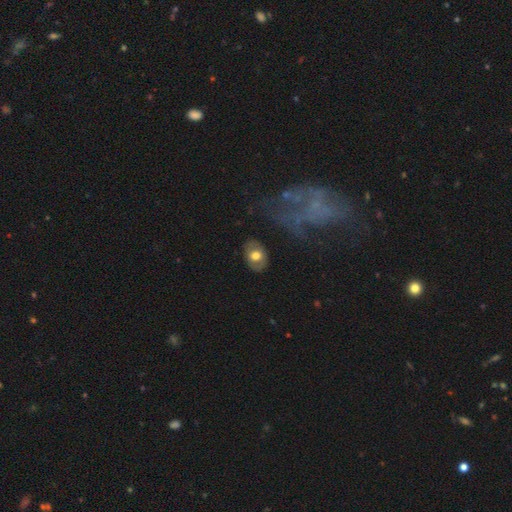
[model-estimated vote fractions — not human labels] smooth_or_featured: smooth (p=0.61) [alt: featured or disk p=0.31]
how_rounded: in between (p=0.71) [alt: round p=0.28]
merging: none (p=0.84) [alt: minor disturbance p=0.11]